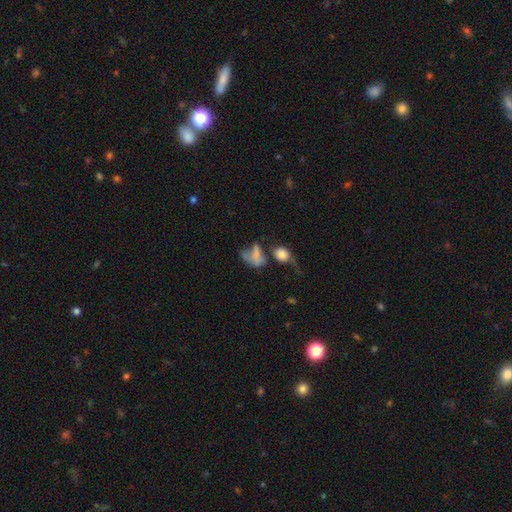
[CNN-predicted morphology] type=smooth (60%); roundness=in between (71%); merging=merger (35%).